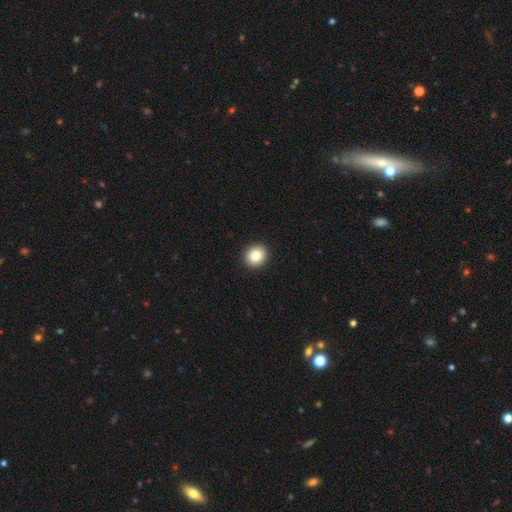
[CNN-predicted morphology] Smooth or featured: smooth — 86% (star or artifact — 9%)
How rounded: round — 84% (in between — 15%)
Merging: none — 93% (minor disturbance — 5%)